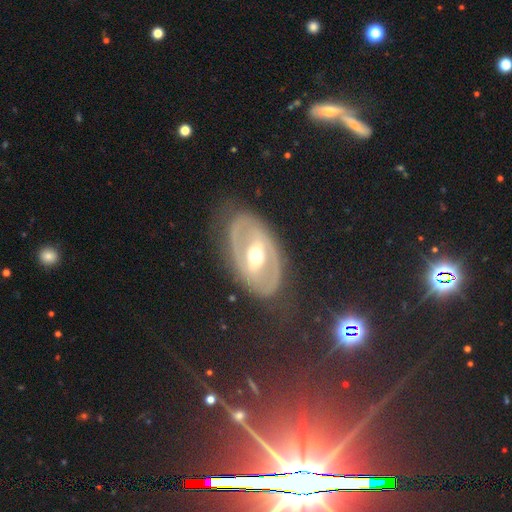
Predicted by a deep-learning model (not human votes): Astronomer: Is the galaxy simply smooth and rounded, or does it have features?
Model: featured or disk — 76%.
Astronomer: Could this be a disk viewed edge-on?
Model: no — 91%.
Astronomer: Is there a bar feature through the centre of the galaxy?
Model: strong — 40% (runner-up: weak, 35%).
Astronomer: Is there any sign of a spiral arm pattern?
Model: yes — 54% (runner-up: no, 46%).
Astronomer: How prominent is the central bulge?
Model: moderate — 73%.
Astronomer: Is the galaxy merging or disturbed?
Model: none — 79%.